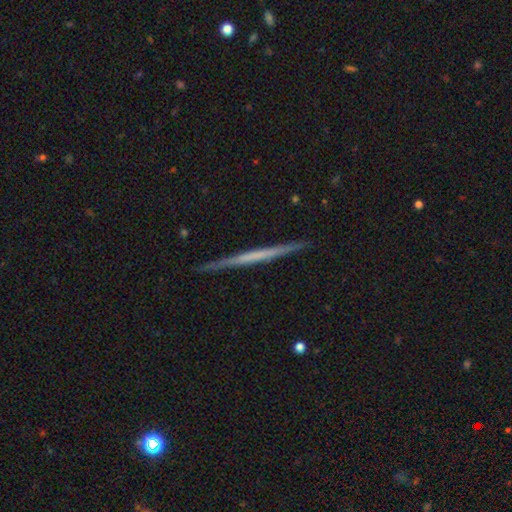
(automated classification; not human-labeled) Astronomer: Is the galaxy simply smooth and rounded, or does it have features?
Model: featured or disk — 60% (runner-up: smooth, 35%).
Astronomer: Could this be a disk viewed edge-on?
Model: yes — 98%.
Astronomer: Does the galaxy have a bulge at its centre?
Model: none — 89%.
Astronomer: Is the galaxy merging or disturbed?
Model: none — 91%.